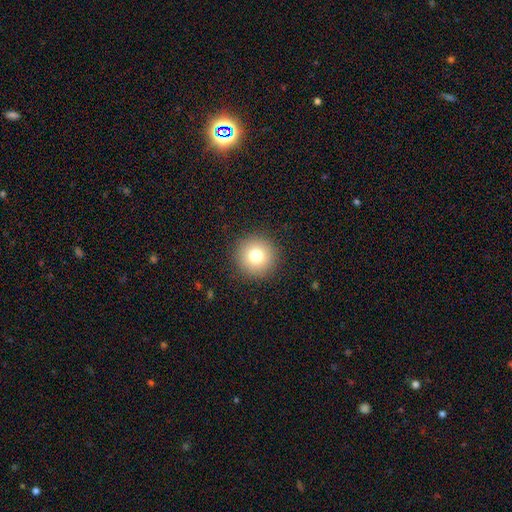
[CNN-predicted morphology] A smooth galaxy with no disk features (78%) that is round (96%). Merging: none (92%).